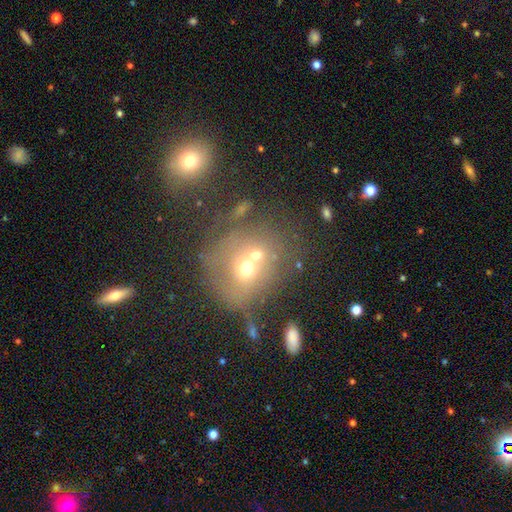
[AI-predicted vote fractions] The model was most divided on "merging": merger: 49%, none: 29%, major disturbance: 12%, minor disturbance: 11%. More confident: how rounded — round (73%); smooth or featured — smooth (51%).